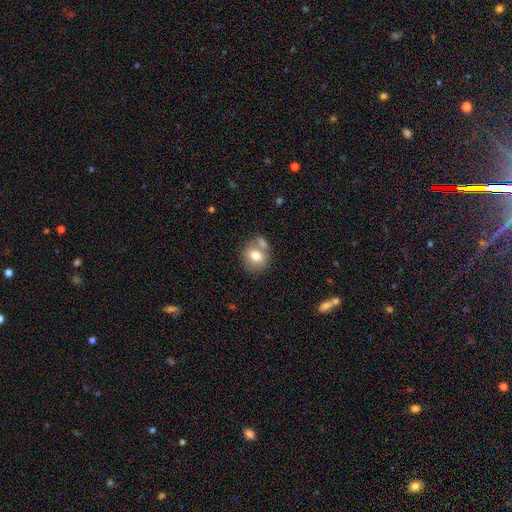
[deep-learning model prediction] Smooth or featured? smooth (74%)
How rounded? round (72%)
Merging? none (53%)